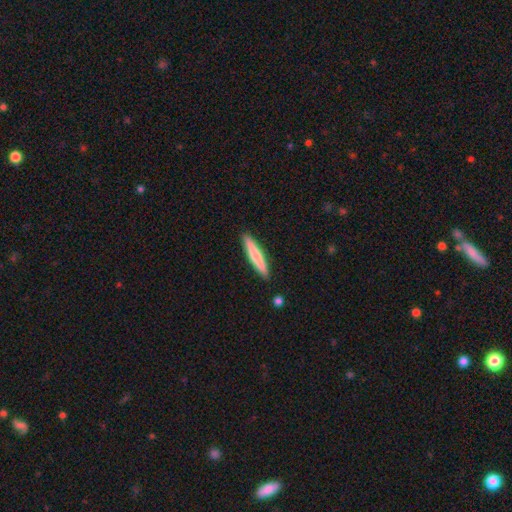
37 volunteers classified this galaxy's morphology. Q: Smooth or featured?
A: smooth (57%); runner-up: featured or disk (41%)
Q: How rounded?
A: cigar-shaped (95%); runner-up: in between (5%)
Q: Merging?
A: none (89%); runner-up: minor disturbance (6%)